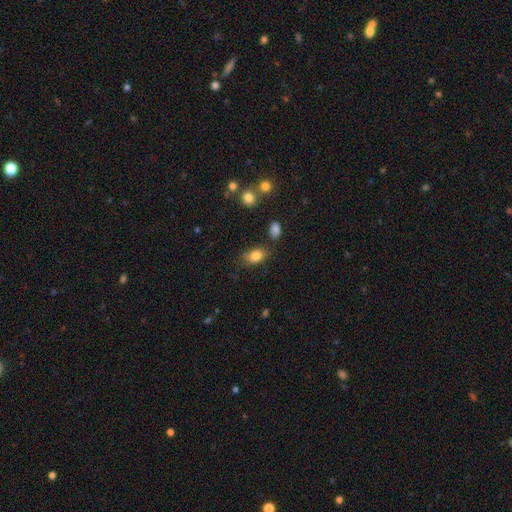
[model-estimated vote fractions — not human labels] Overall: smooth (83%). How rounded: in between (83%). Merging: none (71%).